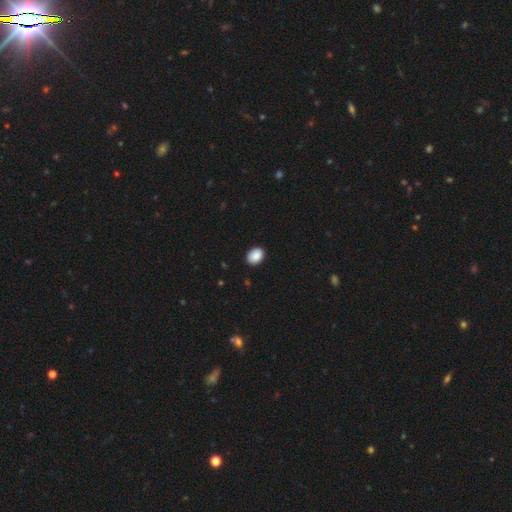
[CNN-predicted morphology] This appears to be a smooth galaxy with no disk features (89%) that is in between round and cigar-shaped (67%). Merging: none (89%).